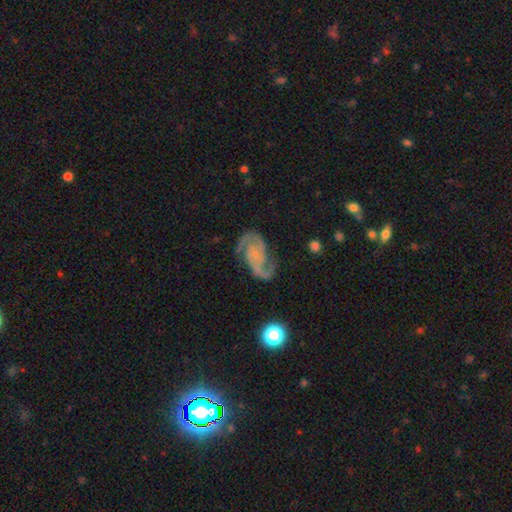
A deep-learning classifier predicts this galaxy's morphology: type=featured or disk (89%); edge-on=no (98%); bar=no (62%); spiral arms=yes (98%); winding=medium (53%); arm count=2 (88%); bulge=small (54%); merging=none (69%).